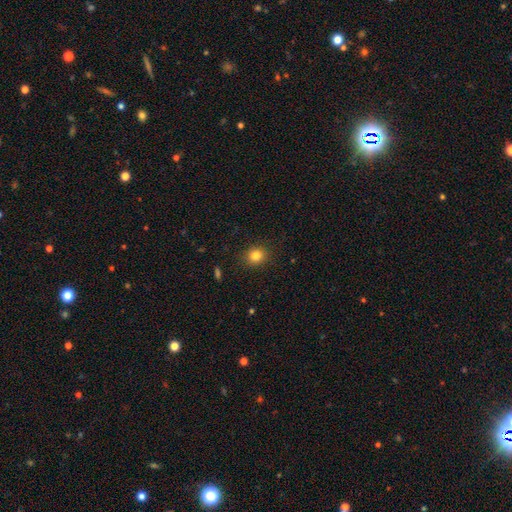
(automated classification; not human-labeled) Smooth or featured: smooth — 83% (star or artifact — 12%)
How rounded: round — 76% (in between — 23%)
Merging: none — 89% (minor disturbance — 8%)